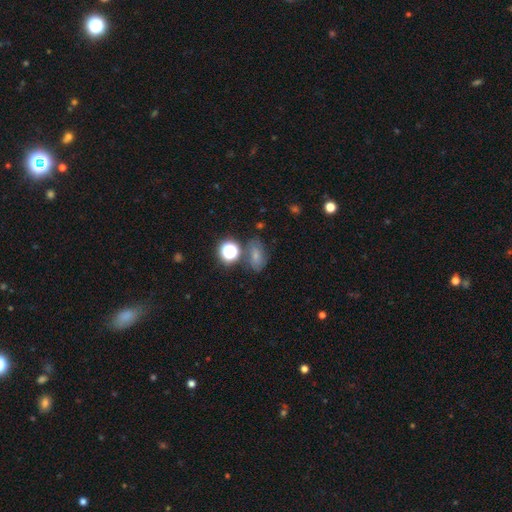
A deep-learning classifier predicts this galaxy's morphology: A smooth galaxy with no disk features (63%) that is in between round and cigar-shaped (73%). Merging: none (62%).